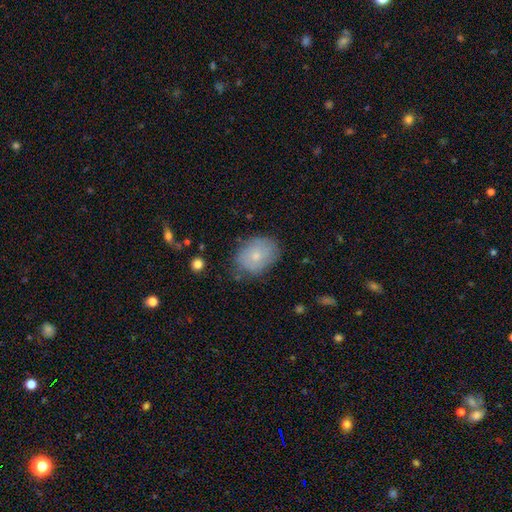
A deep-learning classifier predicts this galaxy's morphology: Smooth or featured?
  - smooth: 71% *
  - featured or disk: 22%
  - star or artifact: 7%
How rounded?
  - in between: 67% *
  - round: 31%
  - cigar-shaped: 1%
Merging?
  - none: 72% *
  - minor disturbance: 22%
  - major disturbance: 5%
  - merger: 2%